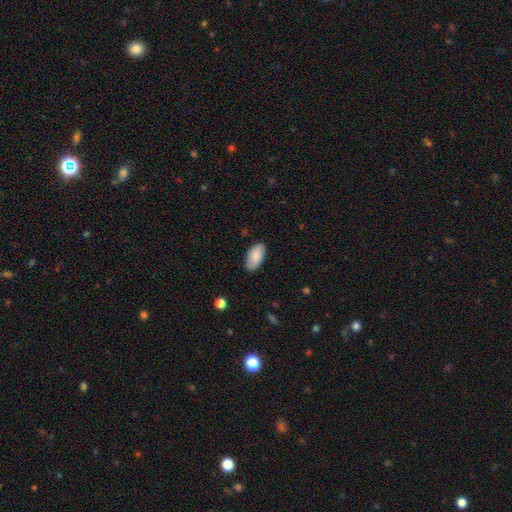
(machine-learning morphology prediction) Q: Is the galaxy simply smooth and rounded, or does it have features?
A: smooth — 85%.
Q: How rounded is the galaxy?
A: in between — 95%.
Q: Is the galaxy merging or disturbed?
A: none — 84%.